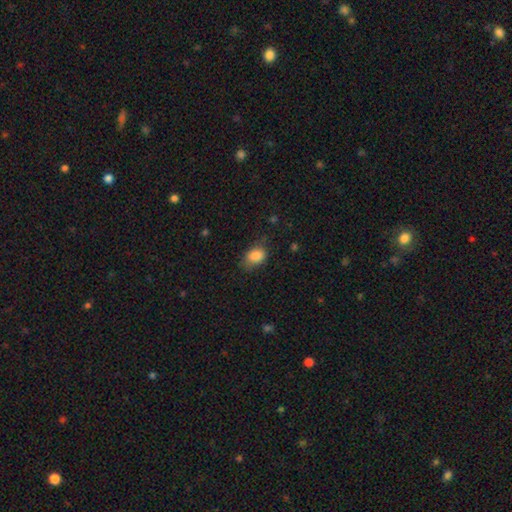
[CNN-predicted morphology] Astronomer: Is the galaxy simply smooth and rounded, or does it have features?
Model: smooth — 85%.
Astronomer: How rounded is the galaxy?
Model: in between — 76%.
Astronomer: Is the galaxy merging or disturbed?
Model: none — 63%.